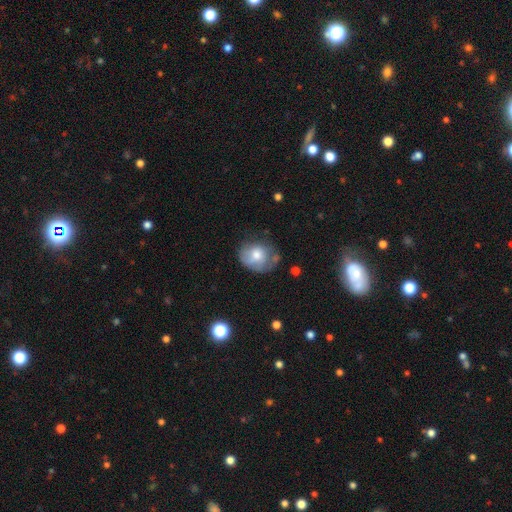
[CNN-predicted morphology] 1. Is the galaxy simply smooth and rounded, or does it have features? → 64% smooth, 28% featured or disk, 8% star or artifact.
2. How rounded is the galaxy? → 65% round, 34% in between, 1% cigar-shaped.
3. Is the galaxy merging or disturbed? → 47% none, 32% minor disturbance, 17% major disturbance, 5% merger.